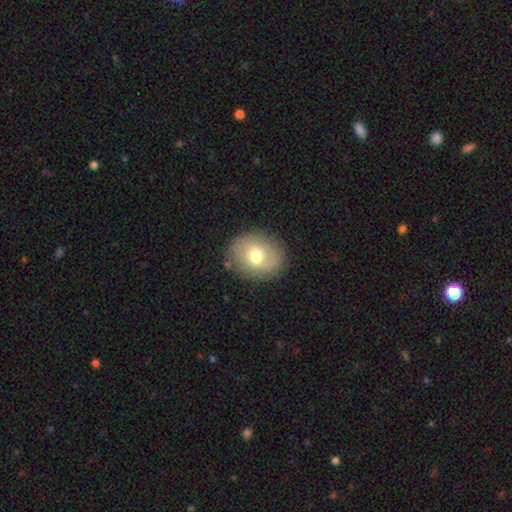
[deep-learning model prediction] Overall: smooth (62%; featured or disk 29%). How rounded: round (58%; in between 41%). Merging: none (81%).